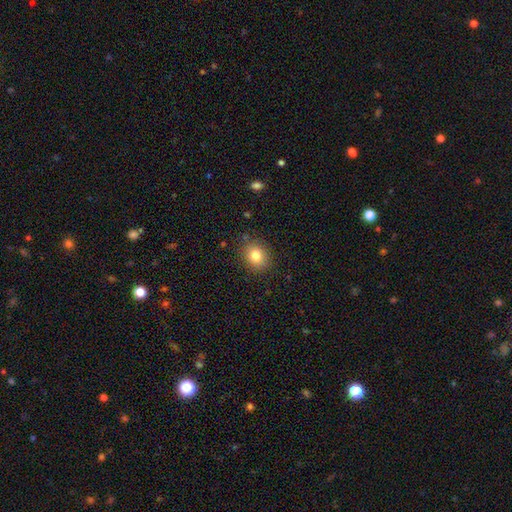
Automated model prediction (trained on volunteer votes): The model was most divided on "how rounded": round: 63%, in between: 36%, cigar-shaped: 1%. More confident: merging — none (86%); smooth or featured — smooth (81%).